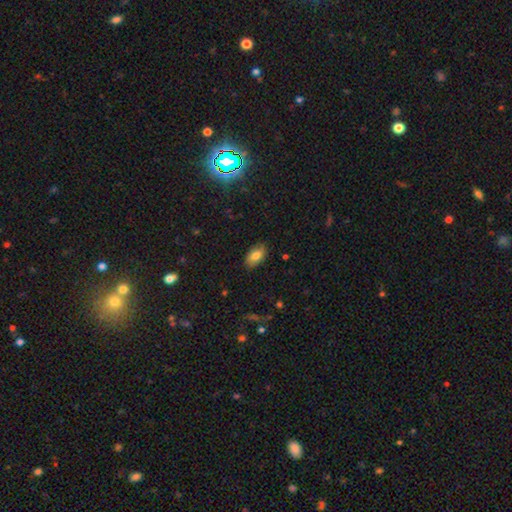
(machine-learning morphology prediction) Smooth or featured?
  - smooth: 79% *
  - featured or disk: 13%
  - star or artifact: 8%
How rounded?
  - in between: 93% *
  - round: 4%
  - cigar-shaped: 3%
Merging?
  - none: 83% *
  - minor disturbance: 13%
  - major disturbance: 2%
  - merger: 1%